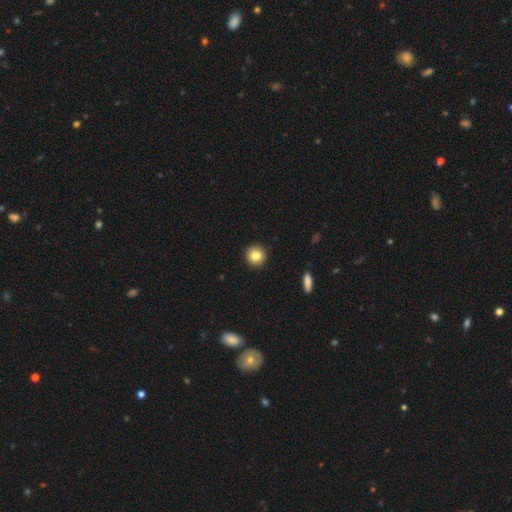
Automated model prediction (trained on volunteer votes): The model was most divided on "smooth or featured": smooth: 82%, star or artifact: 10%, featured or disk: 9%. More confident: how rounded — round (95%); merging — none (93%).